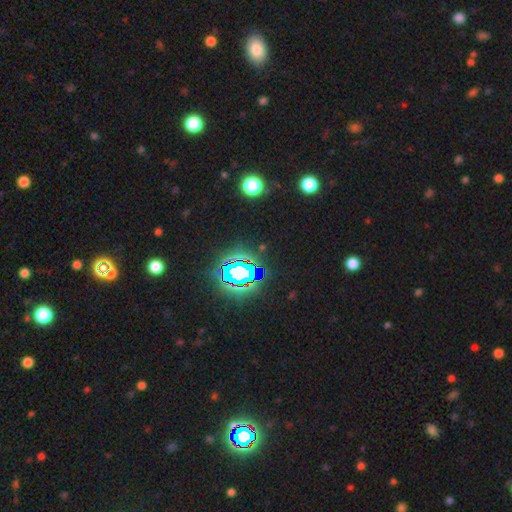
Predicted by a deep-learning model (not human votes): smooth-or-featured: star or artifact: 82% | smooth: 11% | featured or disk: 7%